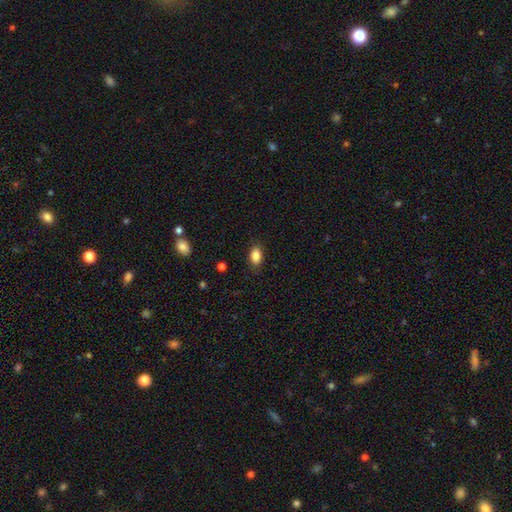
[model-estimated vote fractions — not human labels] Morphology: type=smooth (86%); roundness=in between (88%); merging=none (86%).